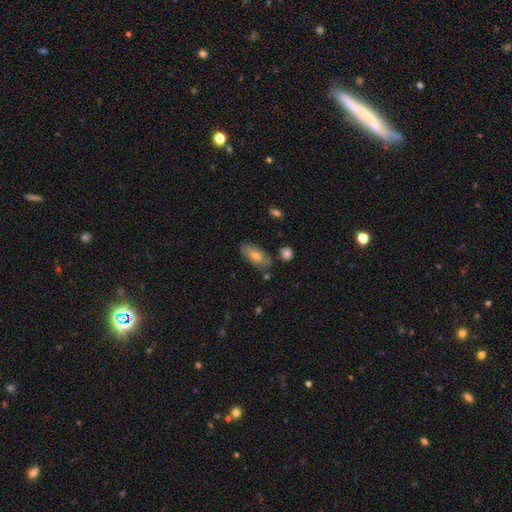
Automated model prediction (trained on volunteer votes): smooth_or_featured: smooth (p=0.65) [alt: featured or disk p=0.27]
how_rounded: in between (p=0.87) [alt: cigar-shaped p=0.10]
merging: none (p=0.72) [alt: minor disturbance p=0.18]